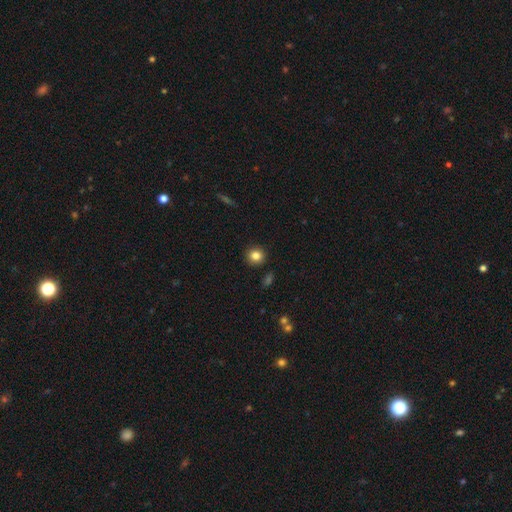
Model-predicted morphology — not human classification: Smooth or featured? smooth (83%)
How rounded? round (87%)
Merging? none (90%)